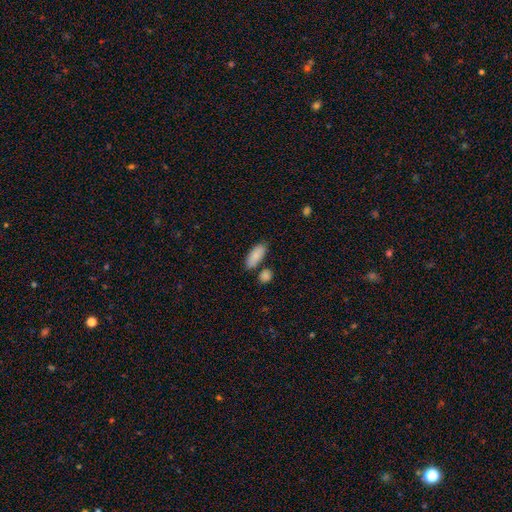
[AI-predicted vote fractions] Smooth or featured? smooth (87%)
How rounded? in between (82%)
Merging? none (73%)